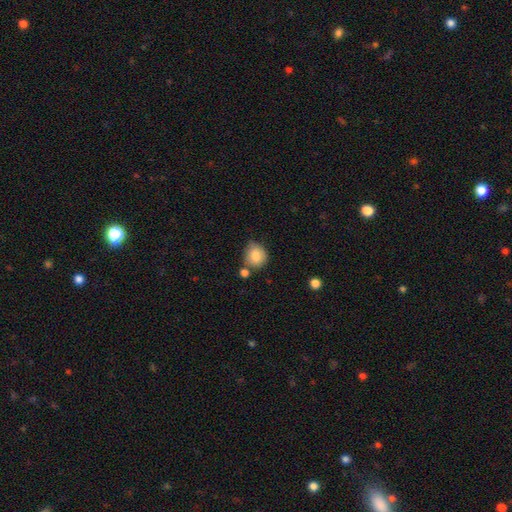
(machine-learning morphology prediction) smooth_or_featured: smooth (p=0.84) [alt: star or artifact p=0.08]
how_rounded: round (p=0.74) [alt: in between p=0.26]
merging: none (p=0.62) [alt: minor disturbance p=0.21]